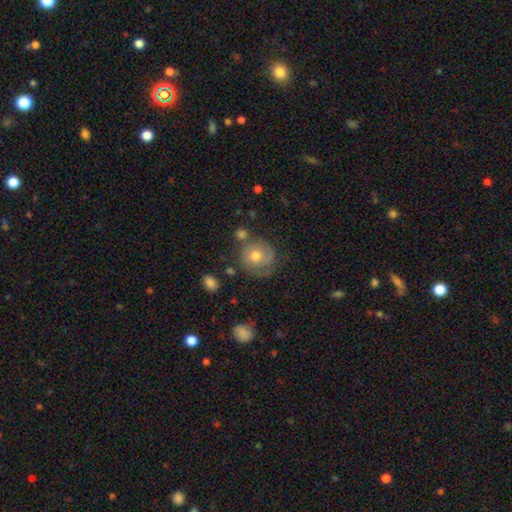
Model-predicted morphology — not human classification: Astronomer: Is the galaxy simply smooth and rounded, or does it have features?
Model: featured or disk — 46% (runner-up: smooth, 45%).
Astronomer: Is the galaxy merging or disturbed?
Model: none — 62%.